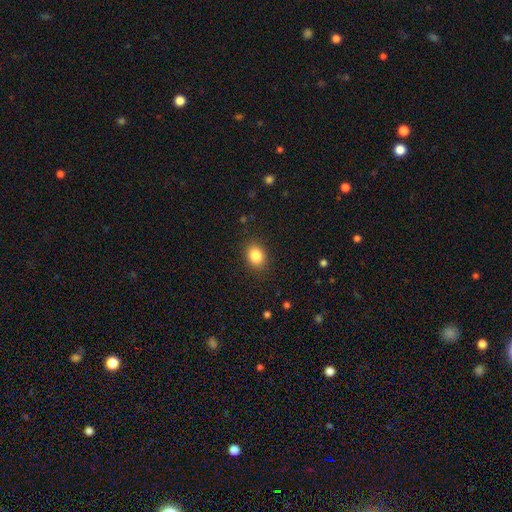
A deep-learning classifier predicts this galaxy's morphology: Smooth or featured: smooth — 85% (star or artifact — 10%)
How rounded: in between — 53% (round — 46%)
Merging: none — 87% (minor disturbance — 9%)